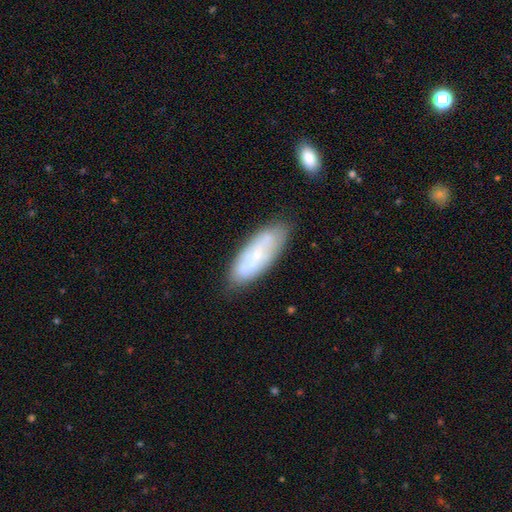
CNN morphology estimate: smooth_or_featured: featured or disk (p=0.51) [alt: smooth p=0.42]
disk_edge_on: no (p=0.85) [alt: yes p=0.15]
merging: none (p=0.77) [alt: minor disturbance p=0.16]